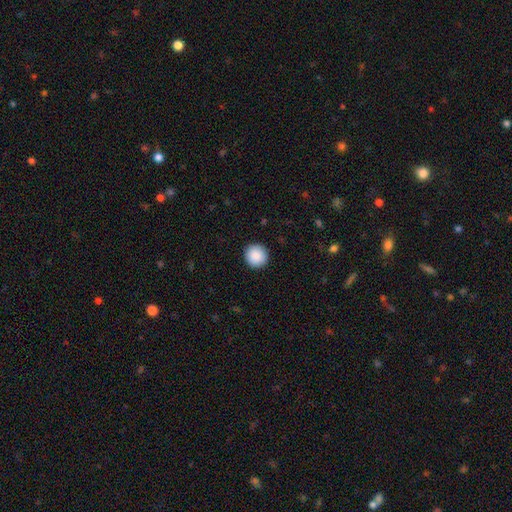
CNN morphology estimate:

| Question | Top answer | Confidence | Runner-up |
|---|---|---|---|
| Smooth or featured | smooth | 89% | star or artifact (7%) |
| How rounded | round | 95% | in between (4%) |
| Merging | none | 93% | minor disturbance (5%) |